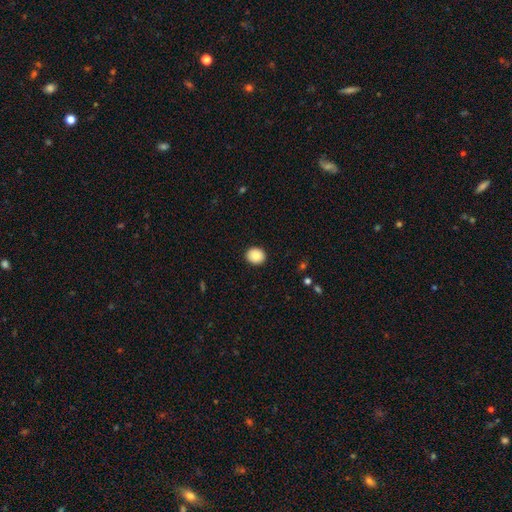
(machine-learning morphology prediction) Smooth or featured? smooth (82%)
How rounded? round (76%)
Merging? none (92%)